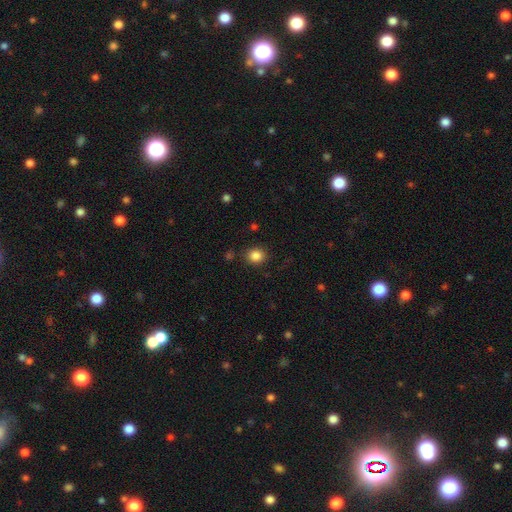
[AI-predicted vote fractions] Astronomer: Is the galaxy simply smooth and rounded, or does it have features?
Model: smooth — 85%.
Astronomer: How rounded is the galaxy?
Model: round — 79%.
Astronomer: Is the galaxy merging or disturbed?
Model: none — 87%.